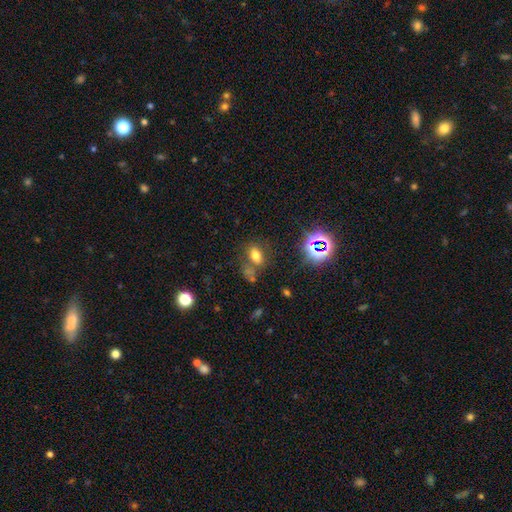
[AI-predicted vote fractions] The model was most divided on "smooth or featured": smooth: 63%, star or artifact: 25%, featured or disk: 12%. More confident: how rounded — in between (79%); merging — none (62%).